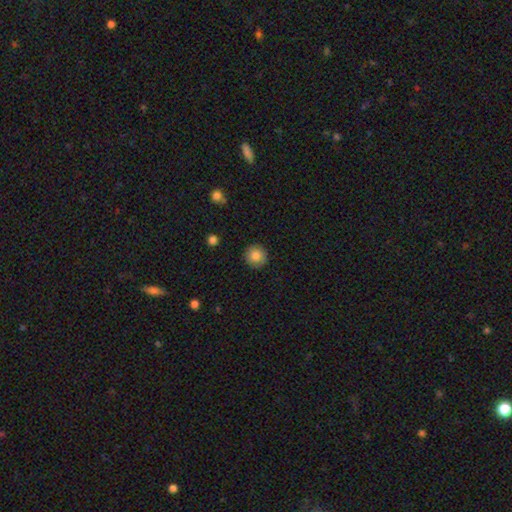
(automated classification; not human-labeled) smooth-or-featured: smooth: 84% | star or artifact: 9% | featured or disk: 7%
  how-rounded: round: 95% | in between: 4% | cigar-shaped: 1%
  merging: none: 91% | minor disturbance: 6% | major disturbance: 2% | merger: 1%